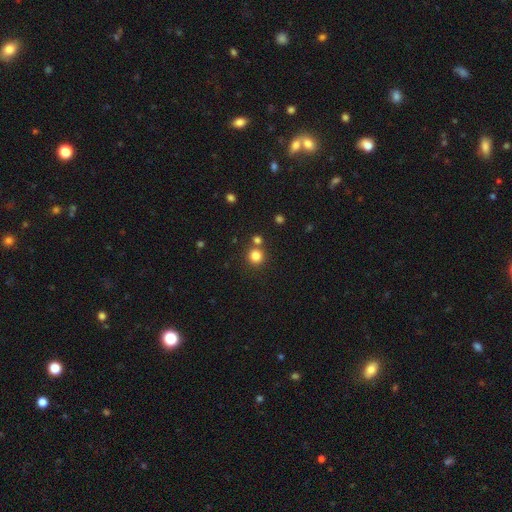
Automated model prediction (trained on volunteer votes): Smooth or featured?
  - smooth: 81% *
  - star or artifact: 13%
  - featured or disk: 5%
How rounded?
  - round: 92% *
  - in between: 7%
  - cigar-shaped: 1%
Merging?
  - none: 74% *
  - merger: 16%
  - minor disturbance: 7%
  - major disturbance: 3%